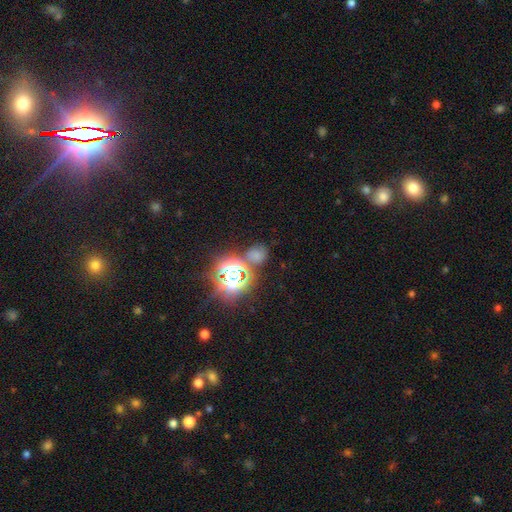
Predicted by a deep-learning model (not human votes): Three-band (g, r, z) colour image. It shows a star or artifact, not a galaxy (46%).